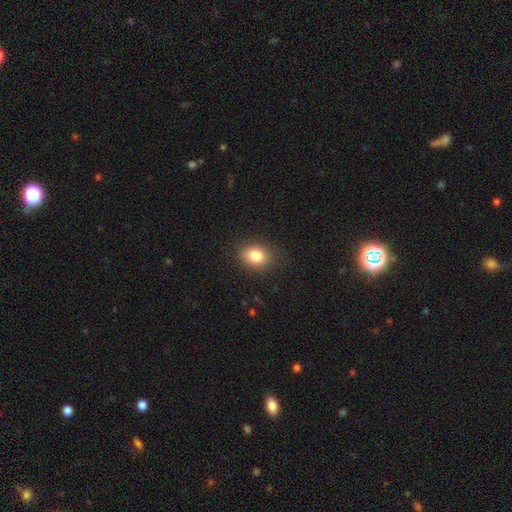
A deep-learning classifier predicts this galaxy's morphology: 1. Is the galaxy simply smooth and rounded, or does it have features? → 83% smooth, 10% star or artifact, 7% featured or disk.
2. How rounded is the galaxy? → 57% in between, 42% round, 1% cigar-shaped.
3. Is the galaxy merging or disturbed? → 85% none, 11% minor disturbance, 3% major disturbance, 1% merger.